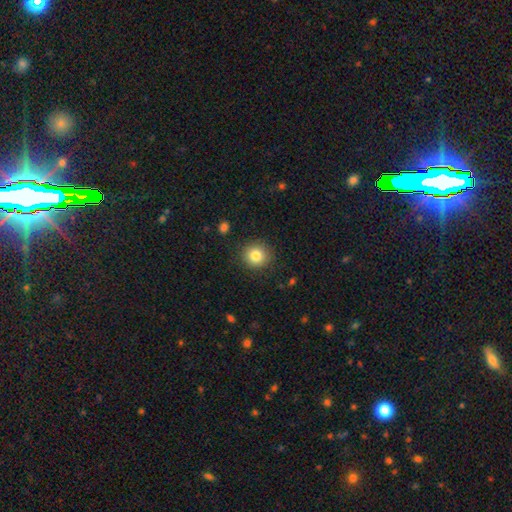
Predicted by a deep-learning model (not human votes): A smooth galaxy with no disk features (83%) that is round (90%).

Vote fractions:
- Smooth or featured? smooth: 83% / star or artifact: 10% / featured or disk: 7%
- How rounded? round: 90% / in between: 9% / cigar-shaped: 1%
- Merging? none: 89% / minor disturbance: 7% / major disturbance: 3% / merger: 1%